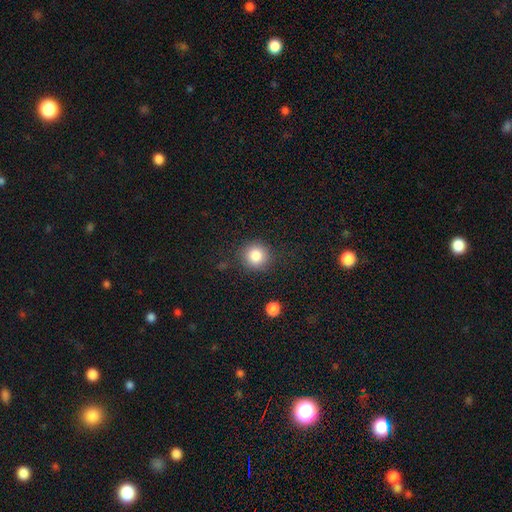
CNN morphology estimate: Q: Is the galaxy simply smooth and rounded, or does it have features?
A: smooth — 85%.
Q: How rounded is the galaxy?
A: round — 92%.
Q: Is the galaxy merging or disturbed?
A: none — 86%.